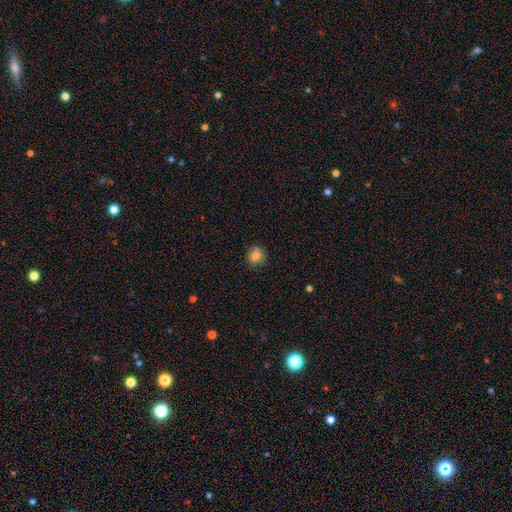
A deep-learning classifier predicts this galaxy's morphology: type=smooth (78%); roundness=round (70%); merging=none (77%).